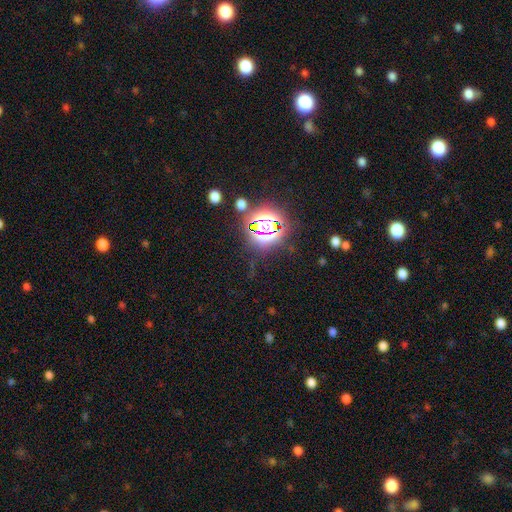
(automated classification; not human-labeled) star or artifact 83%, smooth 11%, featured or disk 7%.